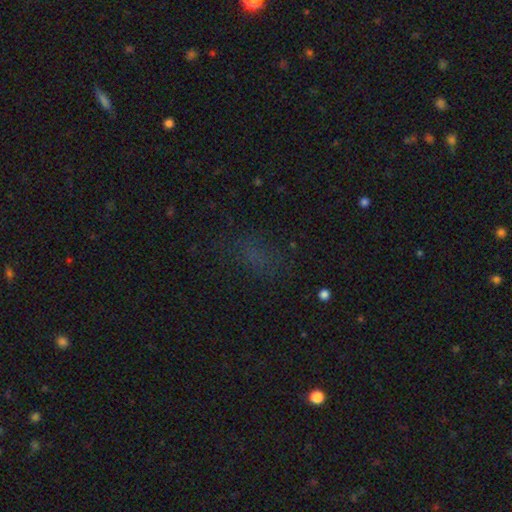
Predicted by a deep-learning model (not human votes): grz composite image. It shows a smooth galaxy with no disk features (47%). Merging: none (69%).